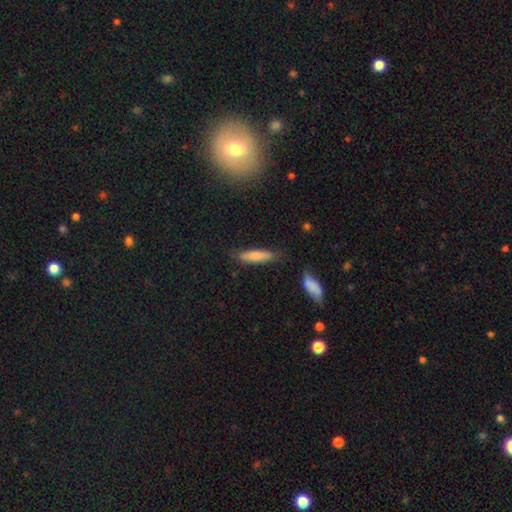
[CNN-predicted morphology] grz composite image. It shows a smooth galaxy with no disk features (79%) that is cigar-shaped (71%). Merging: none (77%).